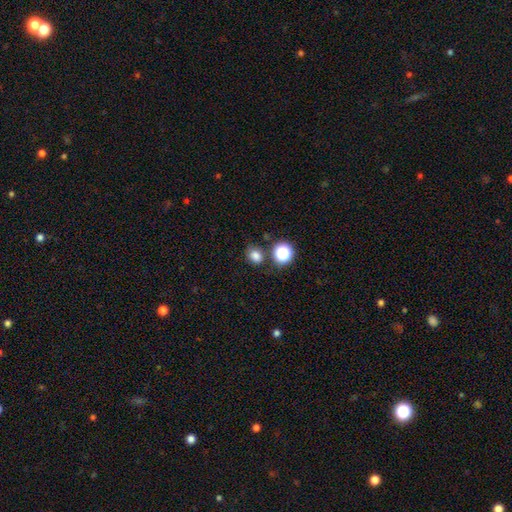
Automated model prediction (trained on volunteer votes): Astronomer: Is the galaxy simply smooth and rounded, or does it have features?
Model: smooth — 79%.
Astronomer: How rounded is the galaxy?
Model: round — 61% (runner-up: in between, 38%).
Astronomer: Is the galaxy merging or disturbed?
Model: none — 74%.